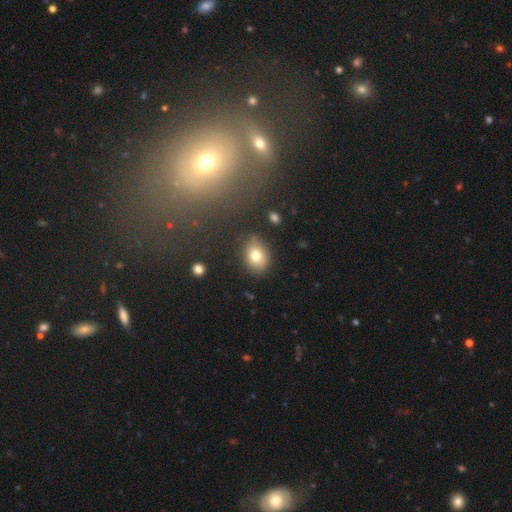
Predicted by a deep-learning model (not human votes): A smooth galaxy with no disk features (77%) that is in between round and cigar-shaped (62%). Merging: none (74%).